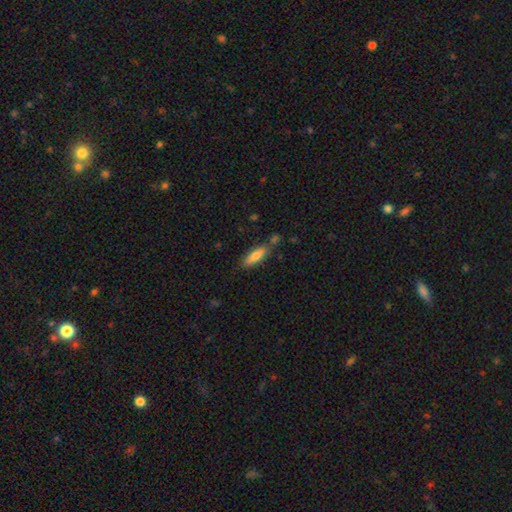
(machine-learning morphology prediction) The model was most divided on "how rounded": cigar-shaped: 51%, in between: 47%, round: 2%. More confident: smooth or featured — smooth (75%); merging — none (73%).